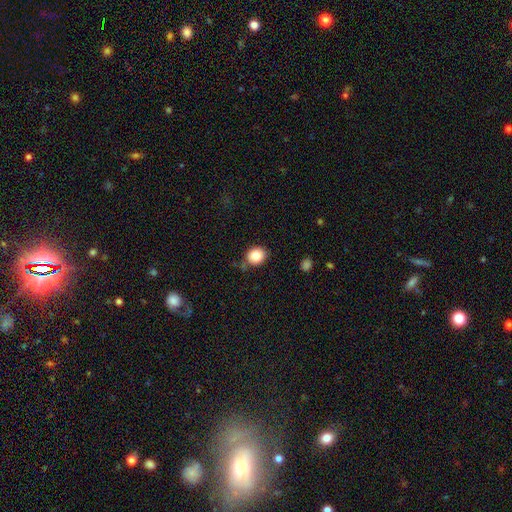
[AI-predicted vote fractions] smooth 83%, star or artifact 10%, featured or disk 7%. Down the decision tree: how rounded — round (67%); merging — none (76%).